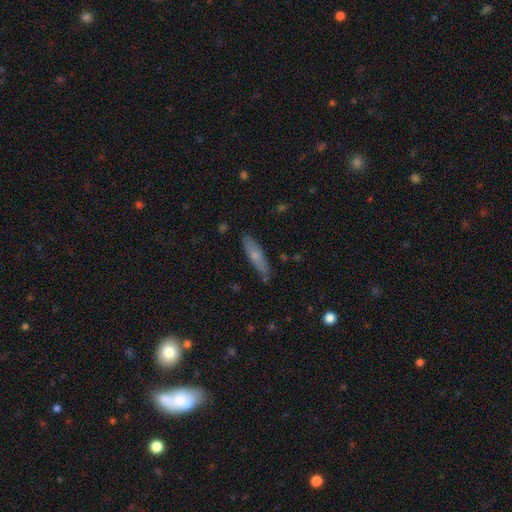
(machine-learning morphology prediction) smooth-or-featured: smooth: 66% | featured or disk: 27% | star or artifact: 7%
  how-rounded: cigar-shaped: 74% | in between: 24% | round: 2%
  merging: none: 81% | minor disturbance: 15% | major disturbance: 3% | merger: 2%